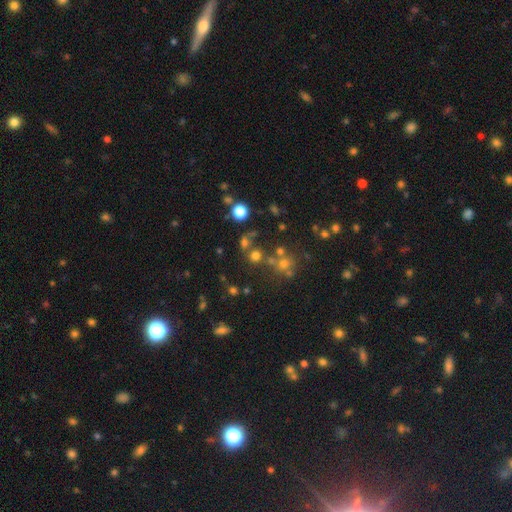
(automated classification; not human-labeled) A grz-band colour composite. It shows a smooth galaxy with no disk features (62%) that is round (86%). Merging: none (62%).